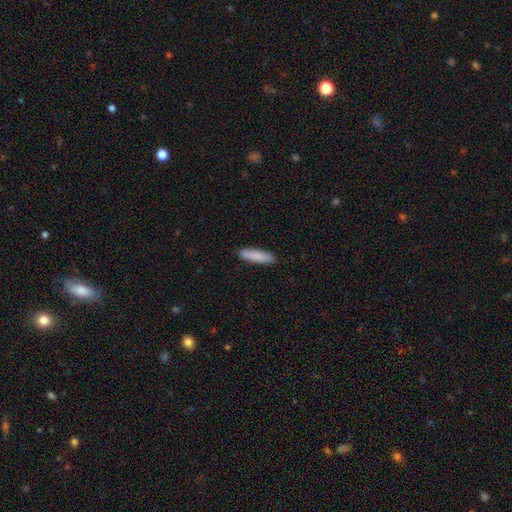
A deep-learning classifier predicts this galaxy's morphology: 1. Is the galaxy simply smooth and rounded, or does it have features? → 86% smooth, 8% featured or disk, 6% star or artifact.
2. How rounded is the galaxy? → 73% cigar-shaped, 26% in between, 1% round.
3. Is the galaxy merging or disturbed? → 89% none, 8% minor disturbance, 2% major disturbance, 1% merger.